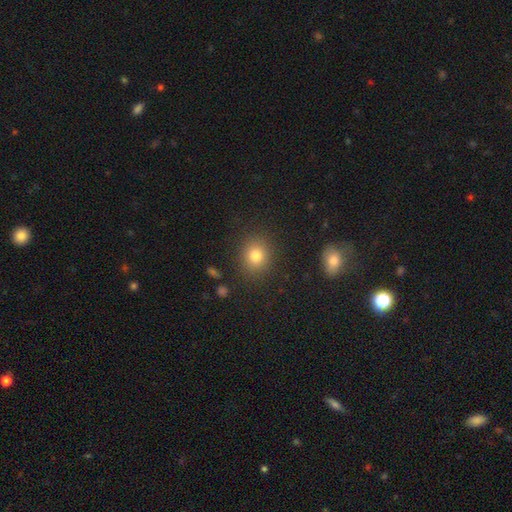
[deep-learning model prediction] Smooth or featured?
  - smooth: 79% *
  - star or artifact: 13%
  - featured or disk: 8%
How rounded?
  - round: 75% *
  - in between: 24%
  - cigar-shaped: 1%
Merging?
  - none: 87% *
  - minor disturbance: 8%
  - major disturbance: 3%
  - merger: 2%